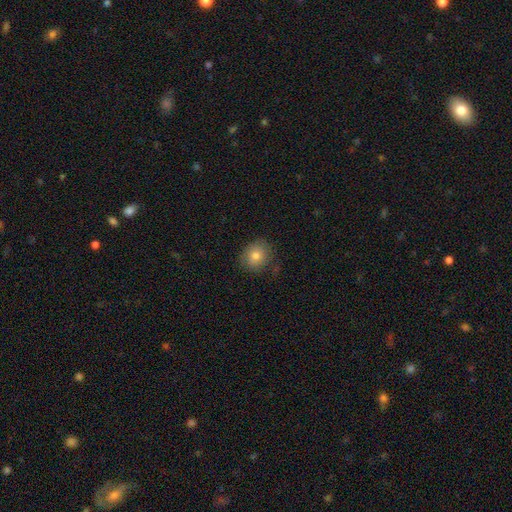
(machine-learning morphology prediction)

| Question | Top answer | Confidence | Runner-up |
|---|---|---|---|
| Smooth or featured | smooth | 80% | featured or disk (11%) |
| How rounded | round | 79% | in between (20%) |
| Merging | none | 79% | minor disturbance (16%) |